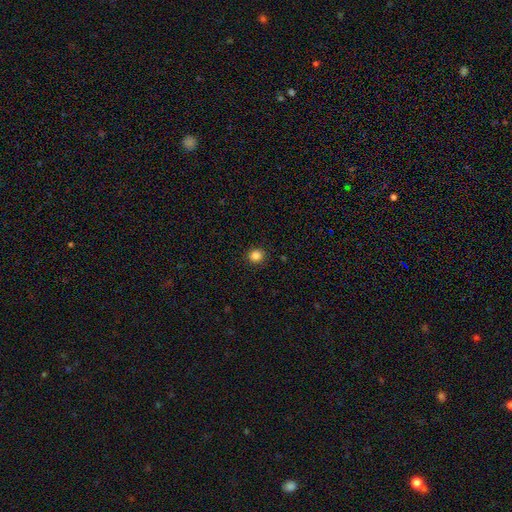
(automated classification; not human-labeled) Smooth or featured?
  - smooth: 84% *
  - star or artifact: 12%
  - featured or disk: 4%
How rounded?
  - round: 90% *
  - in between: 10%
  - cigar-shaped: 1%
Merging?
  - none: 92% *
  - minor disturbance: 5%
  - major disturbance: 2%
  - merger: 1%